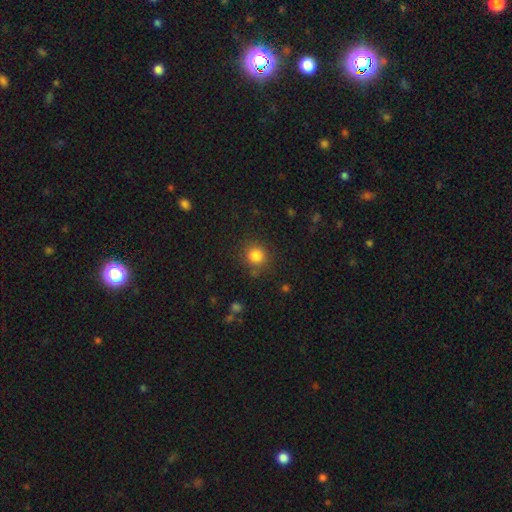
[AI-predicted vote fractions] Overall: smooth (83%). How rounded: round (88%). Merging: none (83%).